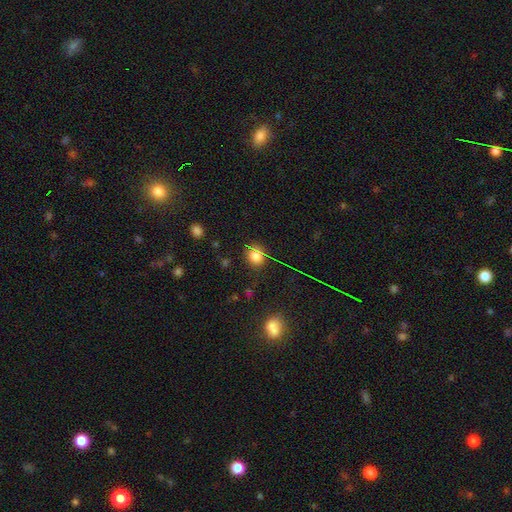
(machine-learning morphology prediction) A smooth galaxy with no disk features (69%) that is round (74%). Merging: none (79%).